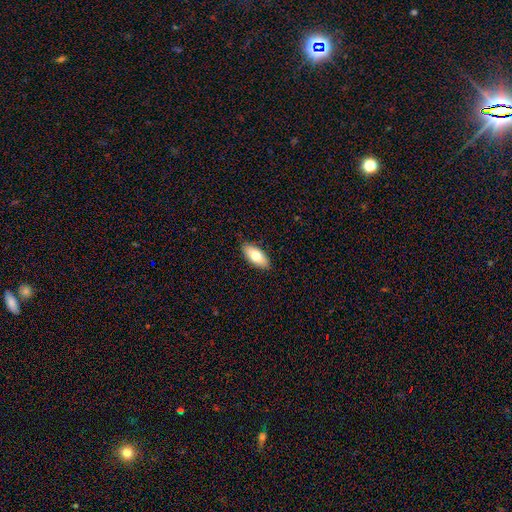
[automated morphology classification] smooth_or_featured: smooth (p=0.76) [alt: featured or disk p=0.18]
how_rounded: in between (p=0.87) [alt: cigar-shaped p=0.11]
merging: none (p=0.88) [alt: minor disturbance p=0.09]